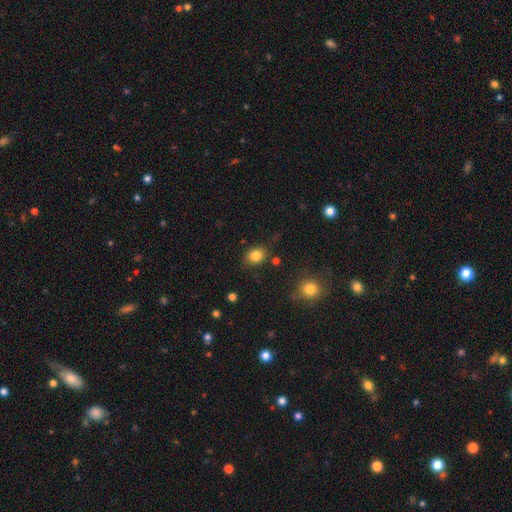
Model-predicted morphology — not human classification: smooth-or-featured: smooth: 83% | star or artifact: 11% | featured or disk: 6%
  how-rounded: in between: 55% | round: 44% | cigar-shaped: 1%
  merging: none: 80% | minor disturbance: 14% | major disturbance: 3% | merger: 3%